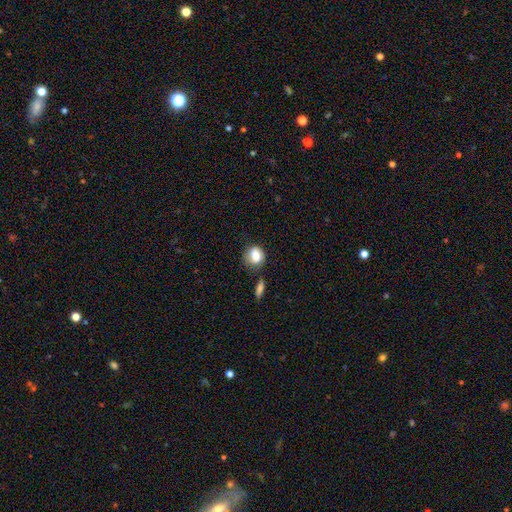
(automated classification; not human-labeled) Morphology: type=smooth (81%); roundness=round (55%); merging=none (56%).